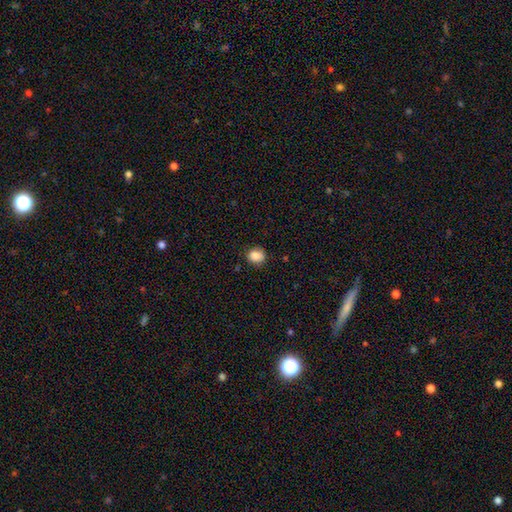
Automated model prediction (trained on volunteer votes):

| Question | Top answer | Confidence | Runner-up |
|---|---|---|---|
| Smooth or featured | smooth | 87% | star or artifact (9%) |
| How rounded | round | 68% | in between (31%) |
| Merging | none | 79% | minor disturbance (16%) |